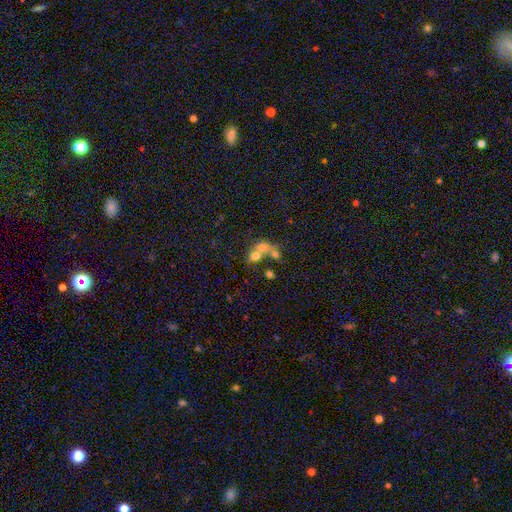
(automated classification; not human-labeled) Q: Smooth or featured?
A: smooth (62%); runner-up: featured or disk (23%)
Q: How rounded?
A: round (63%); runner-up: in between (35%)
Q: Merging?
A: merger (63%); runner-up: none (25%)